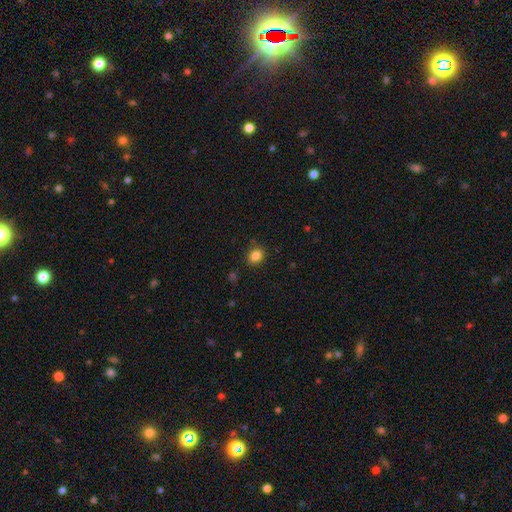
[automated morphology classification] A smooth galaxy with no disk features (85%) that is round (55%).

Vote fractions:
- Smooth or featured? smooth: 85% / star or artifact: 11% / featured or disk: 4%
- How rounded? round: 55% / in between: 44% / cigar-shaped: 1%
- Merging? none: 87% / minor disturbance: 9% / major disturbance: 3% / merger: 2%